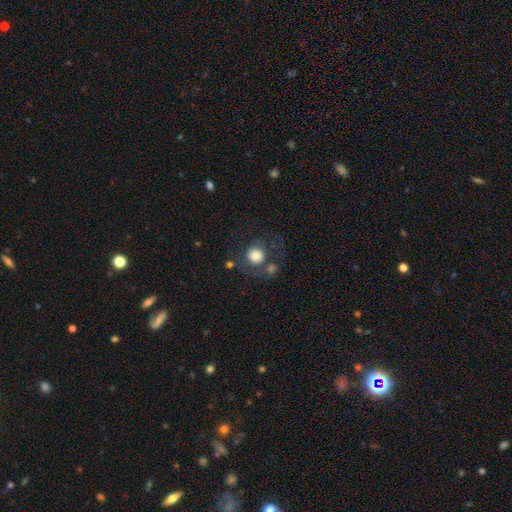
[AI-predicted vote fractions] Smooth or featured: smooth — 78% (featured or disk — 12%)
How rounded: round — 88% (in between — 11%)
Merging: none — 55% (merger — 18%)